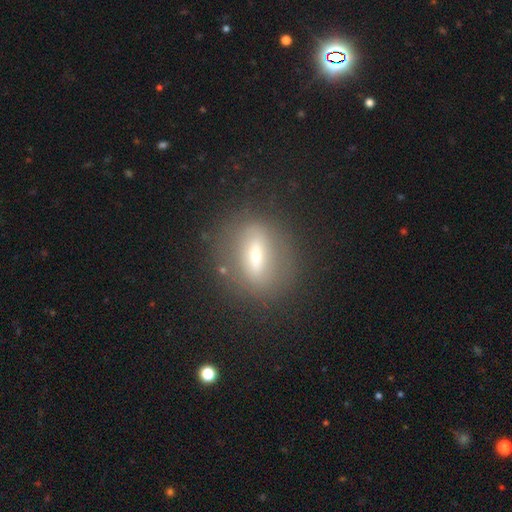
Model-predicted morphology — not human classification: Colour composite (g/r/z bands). It shows a featured or disk galaxy (49%). Merging: none (79%).